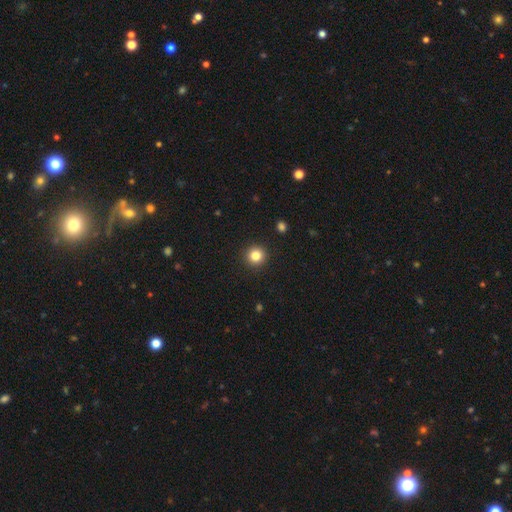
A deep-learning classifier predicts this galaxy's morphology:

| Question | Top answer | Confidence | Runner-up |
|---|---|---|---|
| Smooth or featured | smooth | 83% | star or artifact (12%) |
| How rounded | round | 95% | in between (4%) |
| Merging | none | 93% | minor disturbance (4%) |